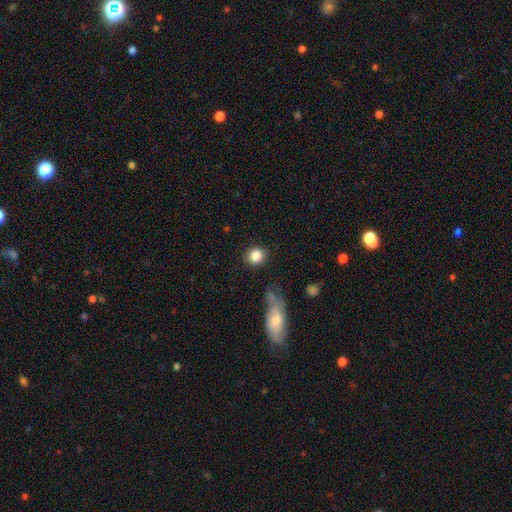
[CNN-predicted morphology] smooth-or-featured: smooth: 85% | star or artifact: 9% | featured or disk: 6%
  how-rounded: round: 86% | in between: 13% | cigar-shaped: 1%
  merging: none: 84% | minor disturbance: 9% | major disturbance: 4% | merger: 4%